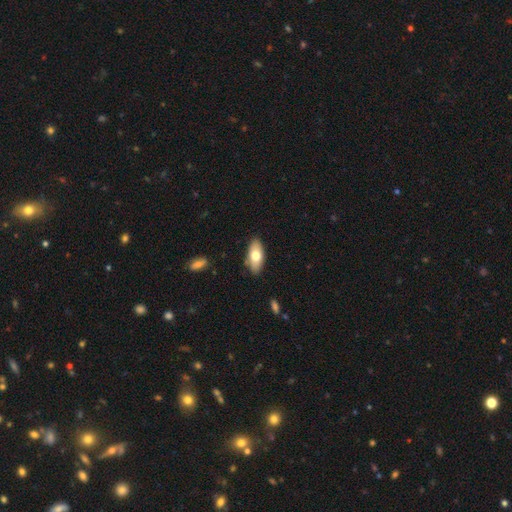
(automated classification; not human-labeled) Overall: smooth (71%). How rounded: in between (88%). Merging: none (85%).